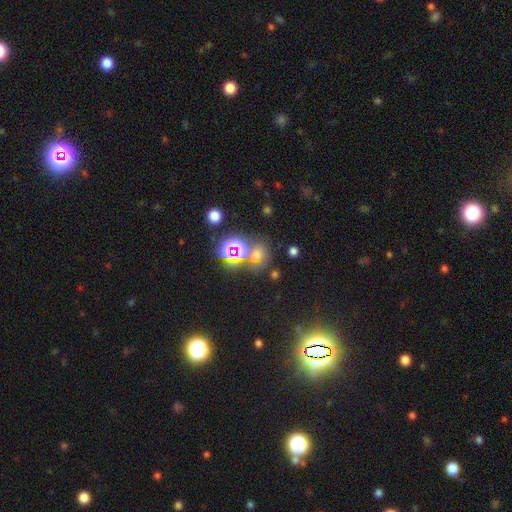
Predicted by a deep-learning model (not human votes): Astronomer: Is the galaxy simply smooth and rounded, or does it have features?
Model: star or artifact — 56% (runner-up: smooth, 32%).